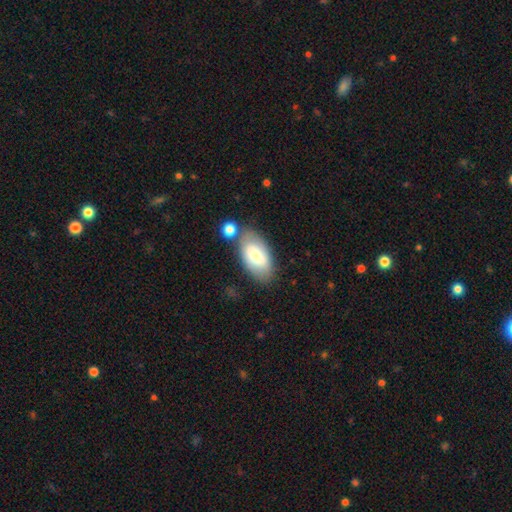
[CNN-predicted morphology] Smooth or featured: smooth — 63% (featured or disk — 31%)
How rounded: in between — 93% (round — 4%)
Merging: none — 67% (minor disturbance — 15%)